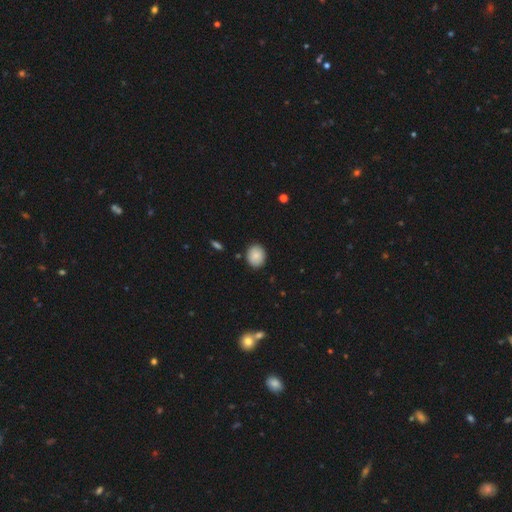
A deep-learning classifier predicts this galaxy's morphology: This appears to be a smooth galaxy with no disk features (87%) that is round (67%). Merging: none (87%).